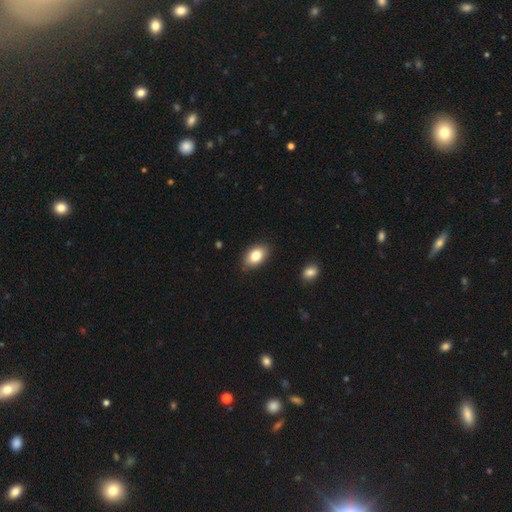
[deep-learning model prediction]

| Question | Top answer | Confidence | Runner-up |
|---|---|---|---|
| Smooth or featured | smooth | 83% | featured or disk (9%) |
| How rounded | in between | 88% | round (11%) |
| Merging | none | 86% | minor disturbance (11%) |